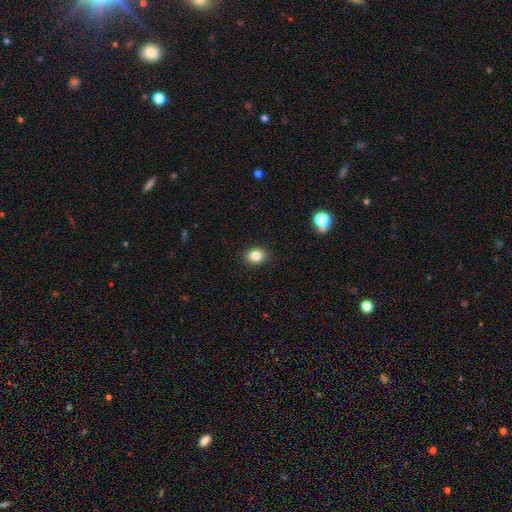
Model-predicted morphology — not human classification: The model was most divided on "how rounded": in between: 54%, round: 45%, cigar-shaped: 1%. More confident: merging — none (89%); smooth or featured — smooth (84%).